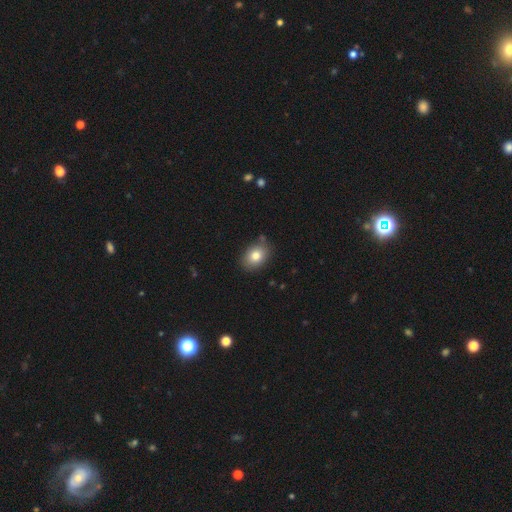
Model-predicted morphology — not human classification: Smooth or featured: smooth — 80% (featured or disk — 10%)
How rounded: in between — 66% (round — 33%)
Merging: none — 81% (minor disturbance — 13%)